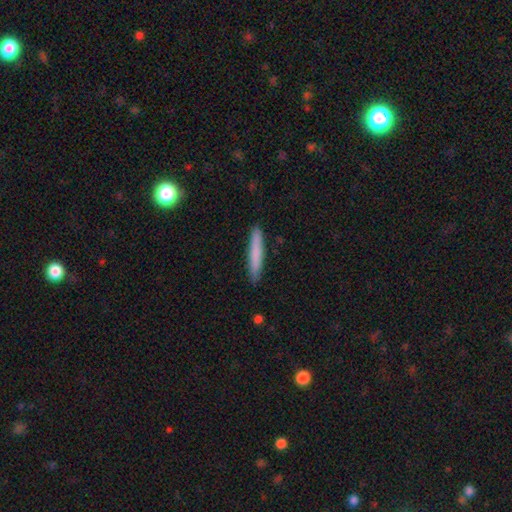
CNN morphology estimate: Overall: smooth (78%). How rounded: cigar-shaped (94%). Merging: none (88%).